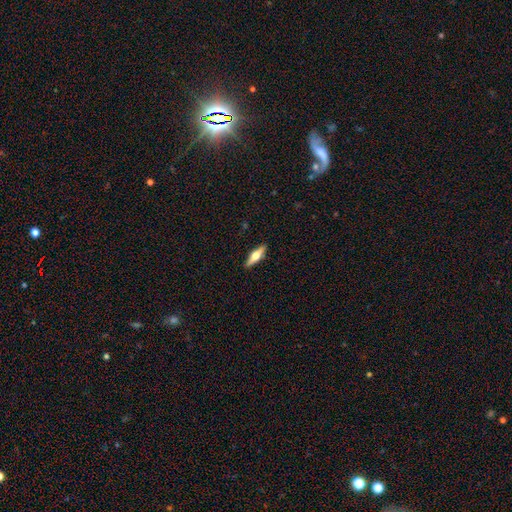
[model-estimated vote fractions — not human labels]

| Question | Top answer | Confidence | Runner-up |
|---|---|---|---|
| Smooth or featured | featured or disk | 53% | smooth (41%) |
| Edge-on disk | yes | 94% | no (6%) |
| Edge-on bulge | rounded | 95% | boxy (3%) |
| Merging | none | 90% | minor disturbance (7%) |